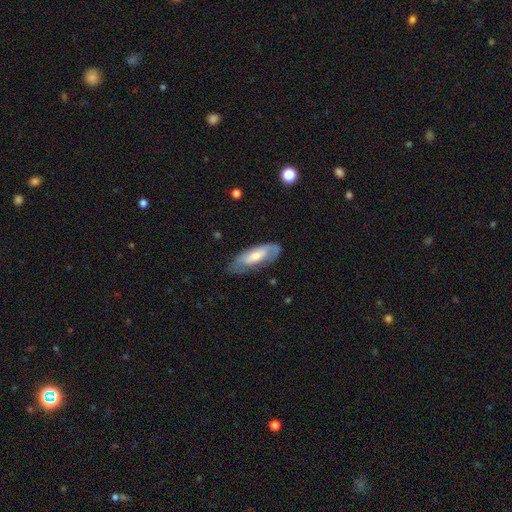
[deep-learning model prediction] Morphology: type=featured or disk (49%); merging=none (67%).